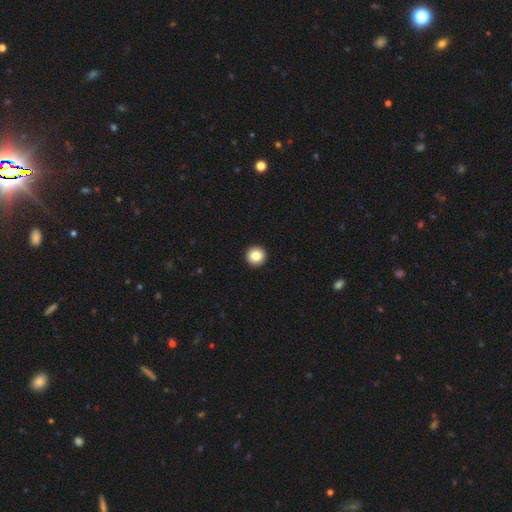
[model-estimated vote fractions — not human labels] A smooth galaxy with no disk features (85%) that is round (96%).

Vote fractions:
- Smooth or featured? smooth: 85% / star or artifact: 9% / featured or disk: 6%
- How rounded? round: 96% / in between: 3% / cigar-shaped: 1%
- Merging? none: 94% / minor disturbance: 3% / major disturbance: 1% / merger: 1%